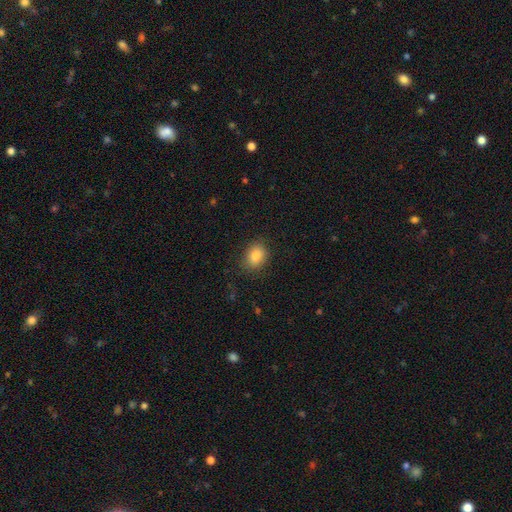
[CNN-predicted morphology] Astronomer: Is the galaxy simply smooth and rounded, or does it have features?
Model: smooth — 86%.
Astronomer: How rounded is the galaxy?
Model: in between — 63%.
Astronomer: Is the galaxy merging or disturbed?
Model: none — 82%.